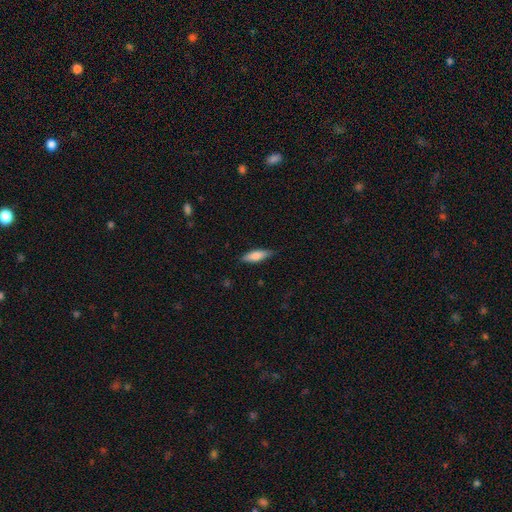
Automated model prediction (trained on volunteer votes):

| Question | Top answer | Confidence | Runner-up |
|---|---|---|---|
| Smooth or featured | smooth | 76% | featured or disk (19%) |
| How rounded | in between | 53% | cigar-shaped (45%) |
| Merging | none | 82% | minor disturbance (14%) |